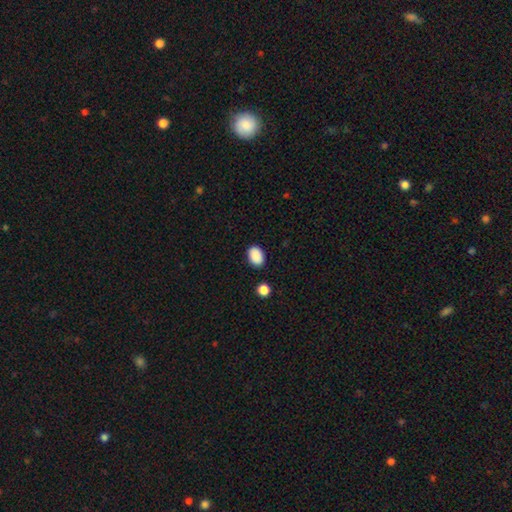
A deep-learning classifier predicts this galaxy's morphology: Smooth or featured: smooth — 90% (star or artifact — 7%)
How rounded: in between — 82% (round — 17%)
Merging: none — 87% (minor disturbance — 9%)